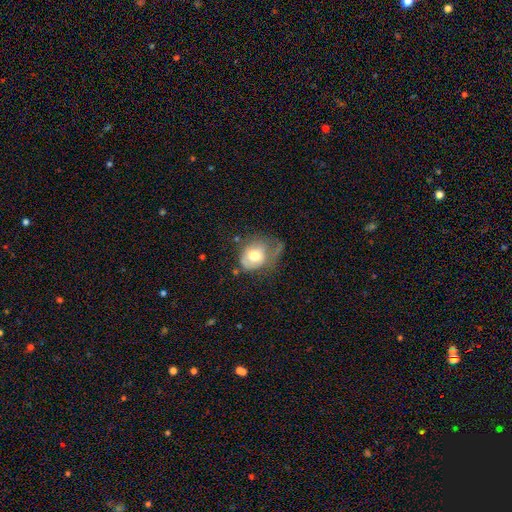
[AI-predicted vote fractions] smooth_or_featured: smooth (p=0.58) [alt: featured or disk p=0.34]
how_rounded: round (p=0.50) [alt: in between p=0.49]
merging: major disturbance (p=0.37) [alt: minor disturbance p=0.31]